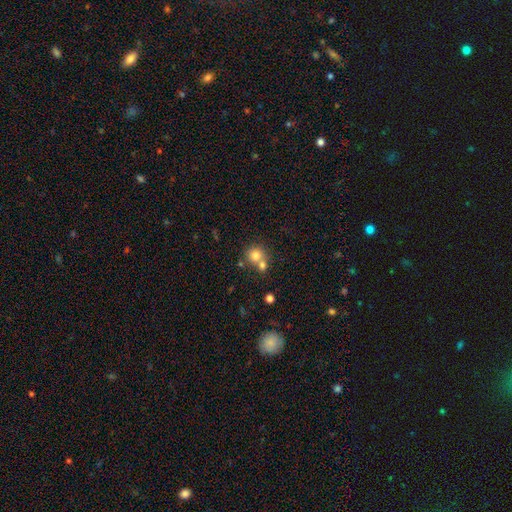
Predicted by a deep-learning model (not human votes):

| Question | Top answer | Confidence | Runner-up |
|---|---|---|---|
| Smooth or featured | smooth | 77% | star or artifact (12%) |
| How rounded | round | 86% | in between (13%) |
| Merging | none | 47% | merger (43%) |